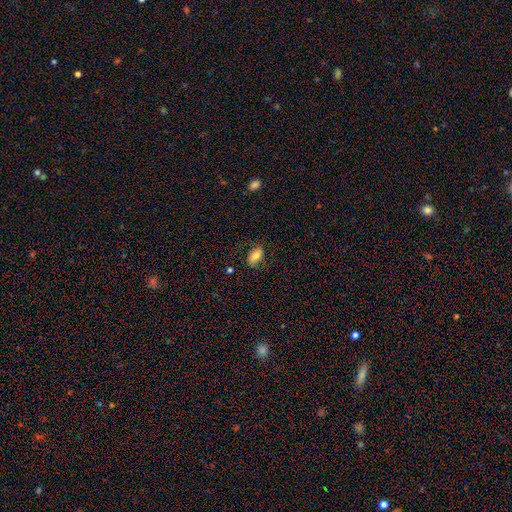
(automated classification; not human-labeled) smooth-or-featured: smooth: 73% | featured or disk: 19% | star or artifact: 8%
  how-rounded: in between: 89% | cigar-shaped: 6% | round: 5%
  merging: none: 79% | minor disturbance: 16% | major disturbance: 4% | merger: 1%